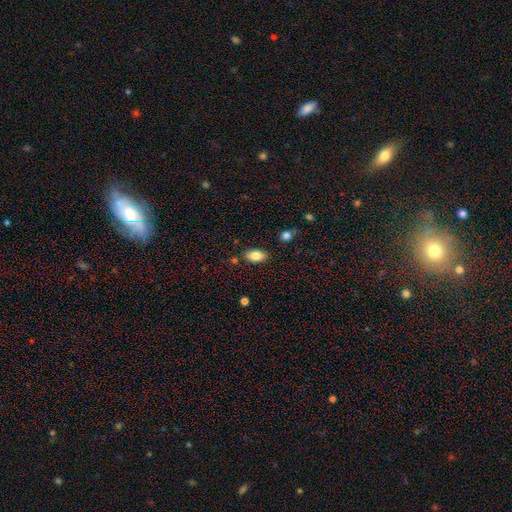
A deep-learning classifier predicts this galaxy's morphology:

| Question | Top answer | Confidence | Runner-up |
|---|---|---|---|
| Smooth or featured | smooth | 83% | featured or disk (9%) |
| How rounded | in between | 91% | round (6%) |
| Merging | none | 83% | minor disturbance (12%) |